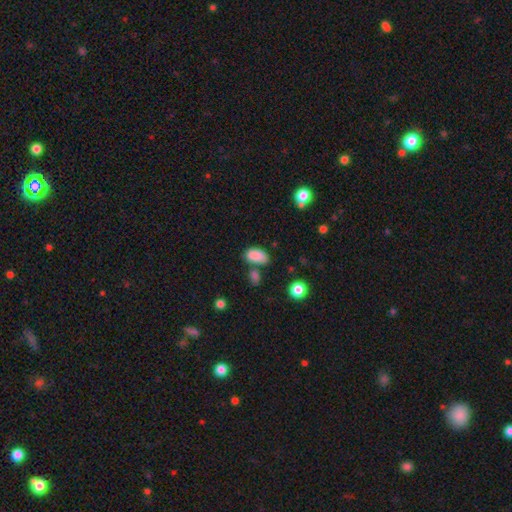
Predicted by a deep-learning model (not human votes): Overall: smooth (86%). How rounded: in between (93%). Merging: none (58%; minor disturbance 20%).